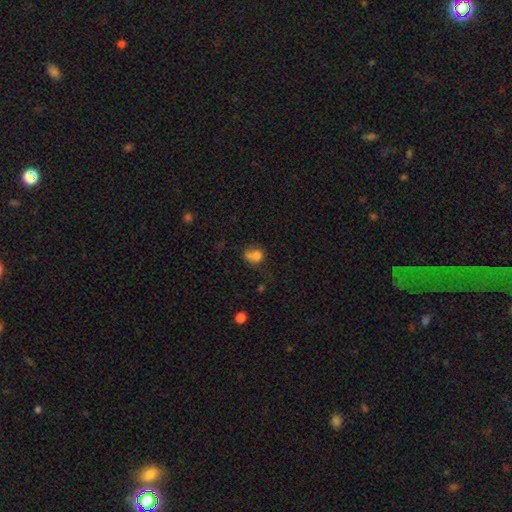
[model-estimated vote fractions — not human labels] Overall: smooth (73%). How rounded: in between (50%; round 49%). Merging: none (33%; merger 25%).